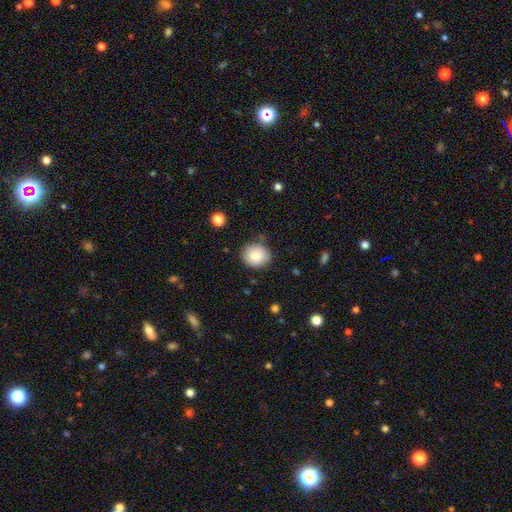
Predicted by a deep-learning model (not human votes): Smooth or featured?
  - smooth: 81% *
  - featured or disk: 11%
  - star or artifact: 8%
How rounded?
  - round: 78% *
  - in between: 21%
  - cigar-shaped: 1%
Merging?
  - none: 82% *
  - minor disturbance: 13%
  - major disturbance: 3%
  - merger: 2%